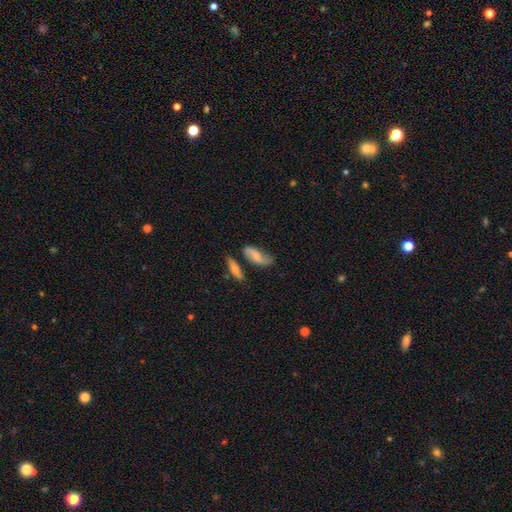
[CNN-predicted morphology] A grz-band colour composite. It shows a smooth galaxy with no disk features (50%) that is in between round and cigar-shaped (71%). Merging: none (57%).